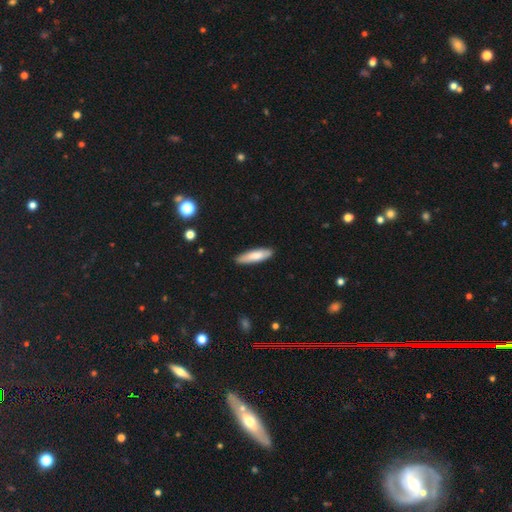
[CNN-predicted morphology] Q: Smooth or featured?
A: smooth (76%); runner-up: featured or disk (18%)
Q: How rounded?
A: cigar-shaped (69%); runner-up: in between (30%)
Q: Merging?
A: none (87%); runner-up: minor disturbance (10%)